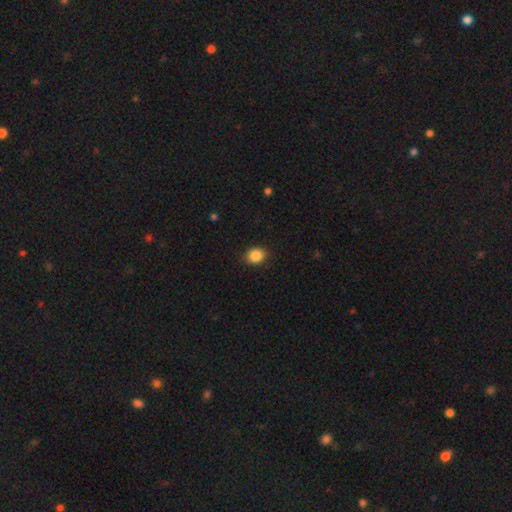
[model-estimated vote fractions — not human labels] Overall: smooth (87%). How rounded: round (55%; in between 44%). Merging: none (89%).